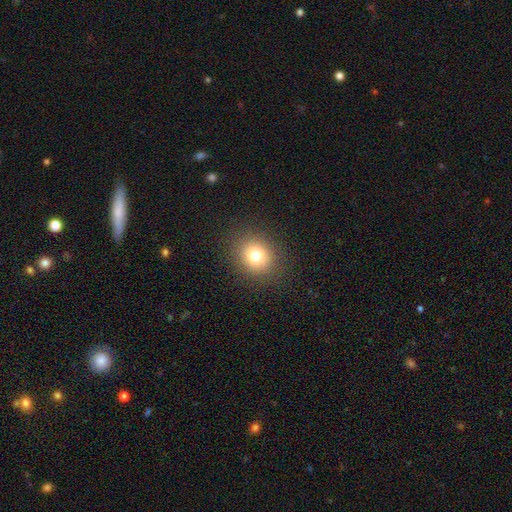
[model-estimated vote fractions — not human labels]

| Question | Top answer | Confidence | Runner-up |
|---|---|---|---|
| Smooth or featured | smooth | 77% | star or artifact (14%) |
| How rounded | round | 75% | in between (24%) |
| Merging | none | 88% | minor disturbance (7%) |